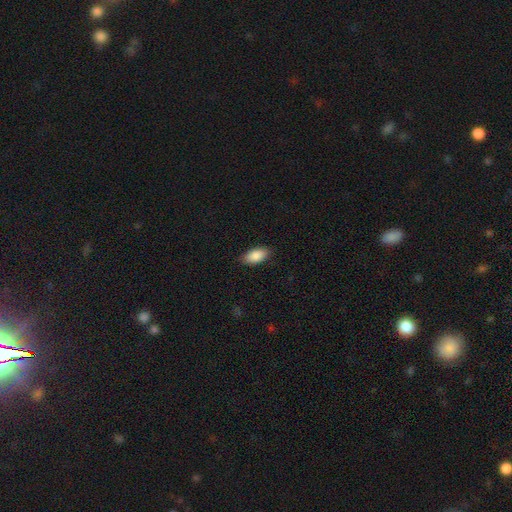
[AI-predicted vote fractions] Morphology: type=smooth (89%); roundness=in between (91%); merging=none (87%).